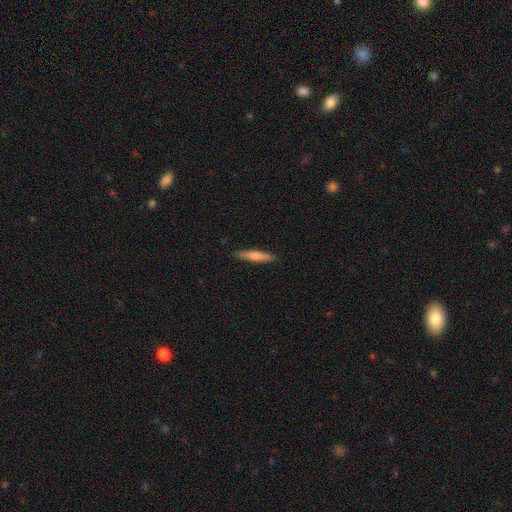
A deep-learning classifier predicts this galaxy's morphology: smooth 70%, featured or disk 24%, star or artifact 5%. Down the decision tree: how rounded — cigar-shaped (90%); merging — none (89%).